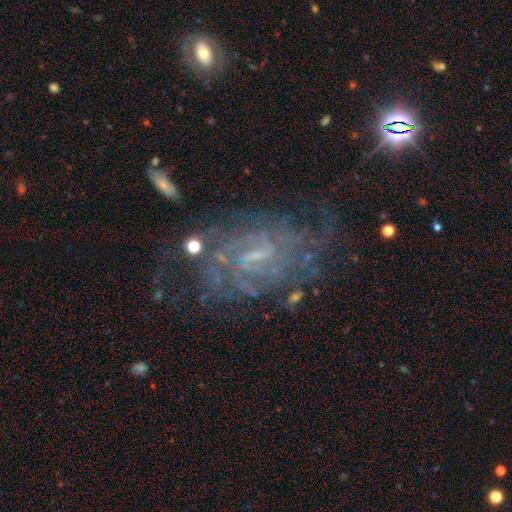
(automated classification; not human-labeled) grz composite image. It shows a featured or disk galaxy (83%) with a weak bar (56%), tight (53%) spiral arms (92%) and a small central bulge (54%). Merging: none (58%).